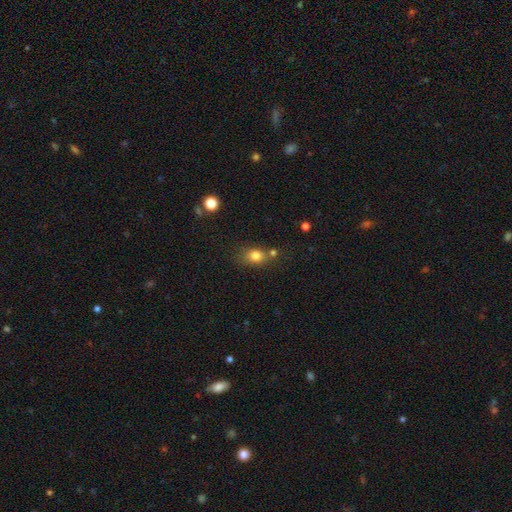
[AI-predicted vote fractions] This appears to be a smooth galaxy with no disk features (80%) that is in between round and cigar-shaped (53%). Merging: none (61%).